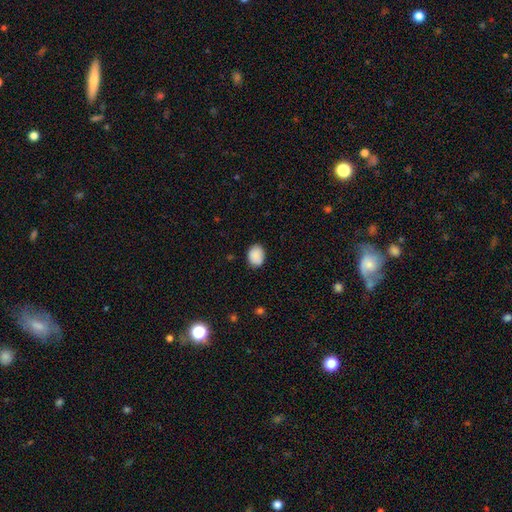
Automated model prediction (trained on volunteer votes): Smooth or featured? Predicted: smooth (p=0.87). How rounded? Predicted: in between (p=0.63). Merging? Predicted: none (p=0.79).